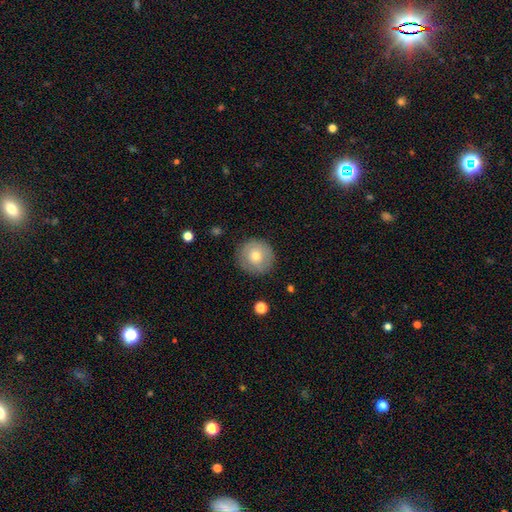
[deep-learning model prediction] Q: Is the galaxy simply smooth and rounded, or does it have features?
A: smooth — 66%.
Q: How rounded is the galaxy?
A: round — 94%.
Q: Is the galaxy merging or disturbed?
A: none — 86%.